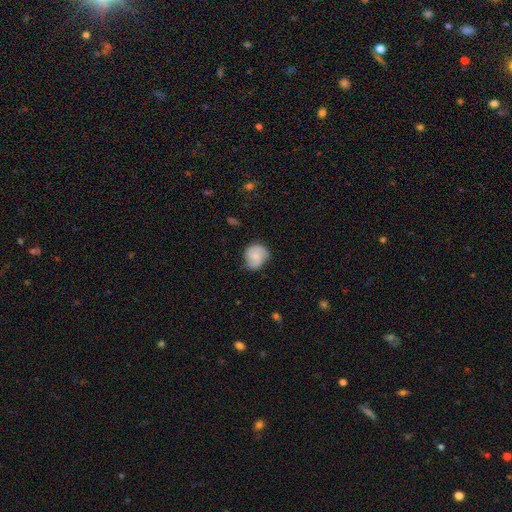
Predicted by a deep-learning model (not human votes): Morphology: type=featured or disk (47%); merging=none (66%).